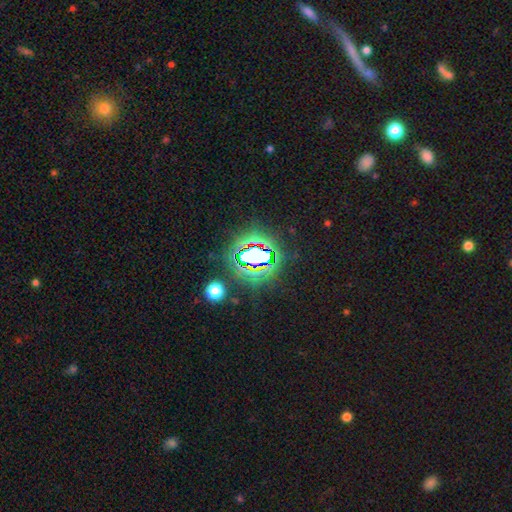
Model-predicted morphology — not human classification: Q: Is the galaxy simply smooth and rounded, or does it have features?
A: star or artifact — 68%.